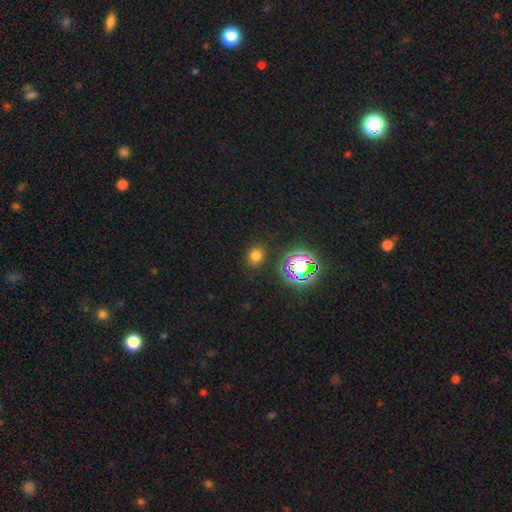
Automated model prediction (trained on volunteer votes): This appears to be a smooth galaxy with no disk features (70%) that is round (61%). Merging: none (86%).